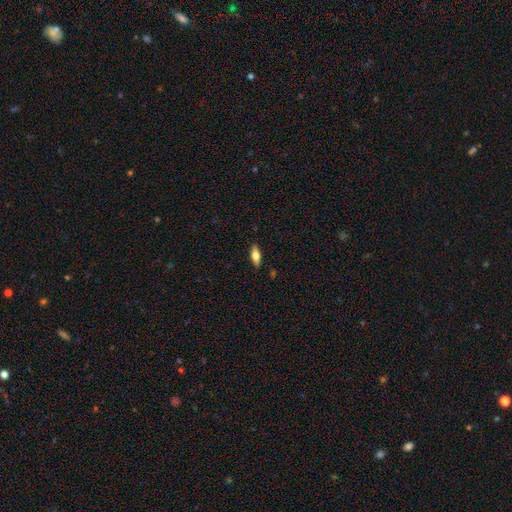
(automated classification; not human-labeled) Overall: smooth (57%; featured or disk 36%). How rounded: in between (64%; cigar-shaped 33%). Merging: none (88%).